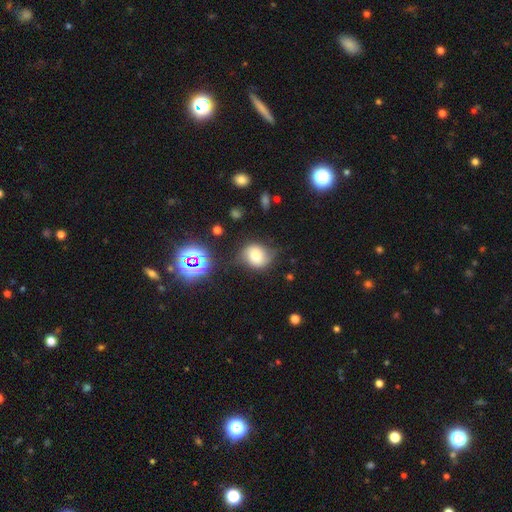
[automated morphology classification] Smooth or featured: smooth — 63% (featured or disk — 22%)
How rounded: round — 61% (in between — 38%)
Merging: none — 56% (minor disturbance — 30%)